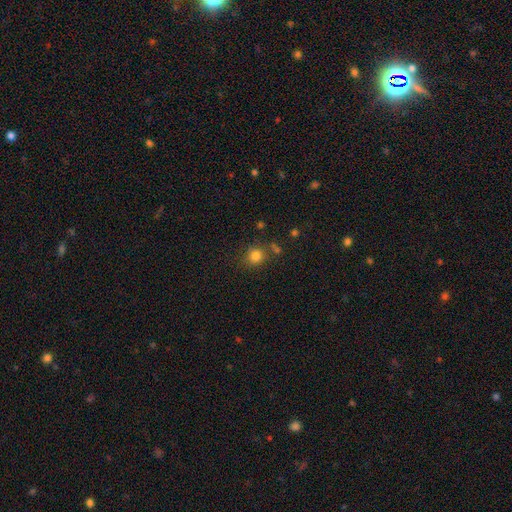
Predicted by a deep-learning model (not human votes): A smooth galaxy with no disk features (81%) that is round (86%).

Vote fractions:
- Smooth or featured? smooth: 81% / star or artifact: 13% / featured or disk: 6%
- How rounded? round: 86% / in between: 13% / cigar-shaped: 1%
- Merging? none: 75% / minor disturbance: 12% / merger: 8% / major disturbance: 4%